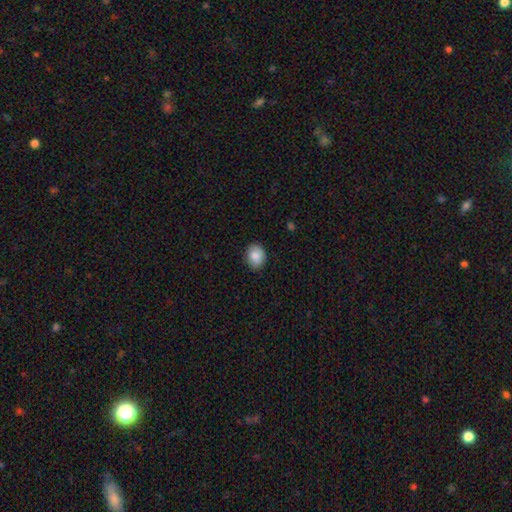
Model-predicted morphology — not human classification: This is clearly a smooth galaxy (86%). How rounded: possibly round (50%). Merging: clearly none (85%).